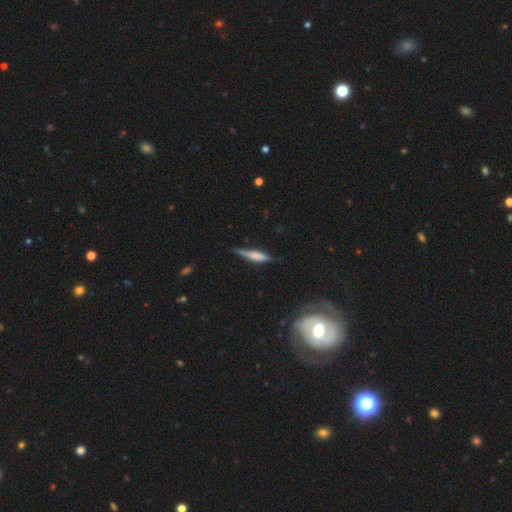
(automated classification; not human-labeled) A smooth galaxy with no disk features (51%) that is cigar-shaped (82%).

Vote fractions:
- Smooth or featured? smooth: 51% / featured or disk: 42% / star or artifact: 7%
- How rounded? cigar-shaped: 82% / in between: 16% / round: 2%
- Merging? none: 73% / minor disturbance: 21% / major disturbance: 4% / merger: 2%